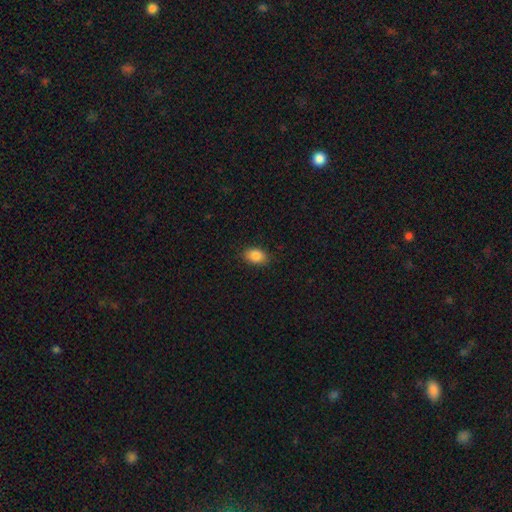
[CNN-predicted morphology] type=smooth (86%); roundness=in between (83%); merging=none (87%).